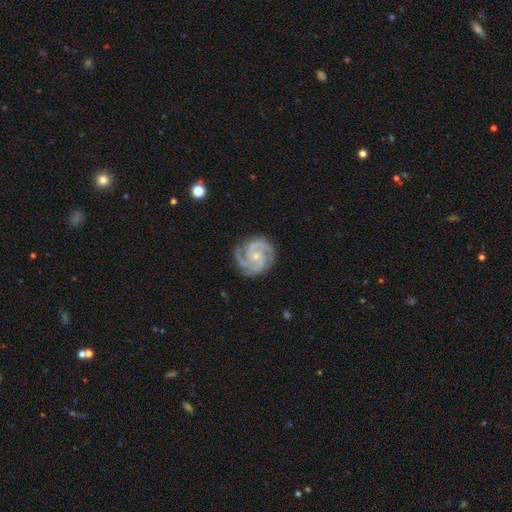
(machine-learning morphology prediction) Smooth or featured? Predicted: featured or disk (p=0.94). Edge-on disk? Predicted: no (p=0.98). Bar? Predicted: no (p=0.69). Spiral arms? Predicted: yes (p=0.99). Spiral winding? Predicted: tight (p=0.61). Spiral arm count? Predicted: 2 (p=0.54). Bulge size? Predicted: small (p=0.74). Merging? Predicted: none (p=0.83).